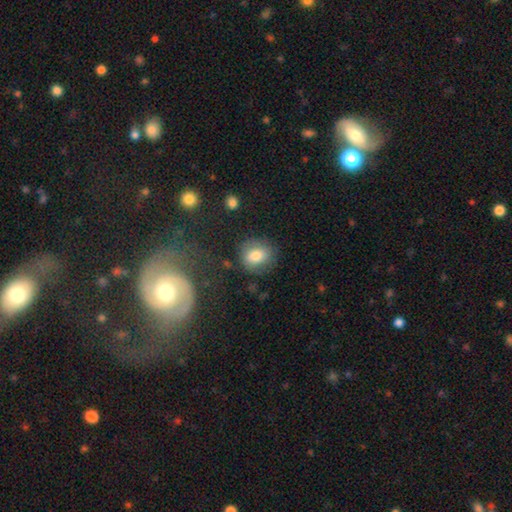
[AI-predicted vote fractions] Smooth or featured? Predicted: smooth (p=0.76). How rounded? Predicted: round (p=0.64). Merging? Predicted: none (p=0.75).